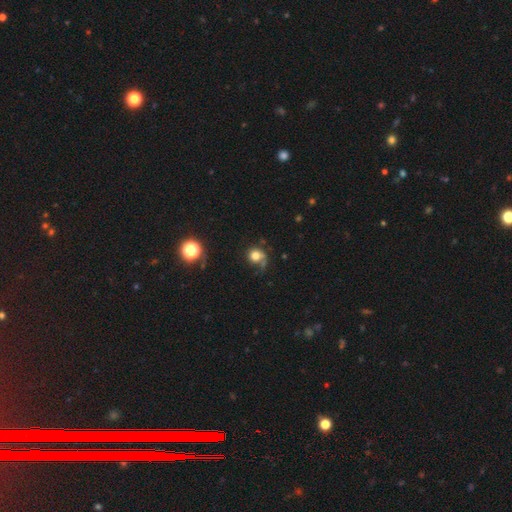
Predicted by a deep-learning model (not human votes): This appears to be a smooth galaxy with no disk features (69%) that is round (79%). Merging: none (45%).